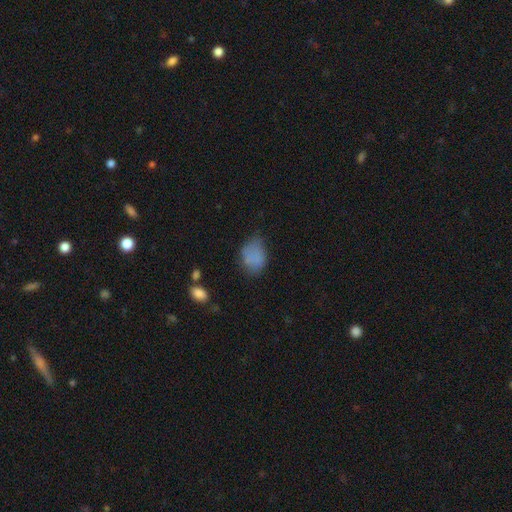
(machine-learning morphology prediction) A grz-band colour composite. It shows a smooth galaxy with no disk features (78%) that is in between round and cigar-shaped (77%). Merging: none (48%).